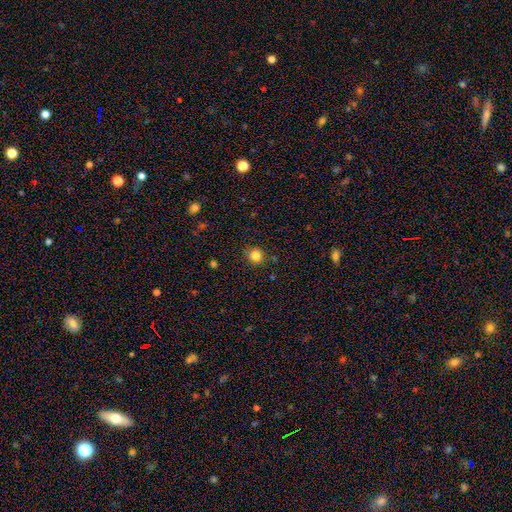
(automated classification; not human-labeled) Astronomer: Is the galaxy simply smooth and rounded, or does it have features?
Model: smooth — 83%.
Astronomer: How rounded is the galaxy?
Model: round — 91%.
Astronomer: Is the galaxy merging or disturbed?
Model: none — 87%.